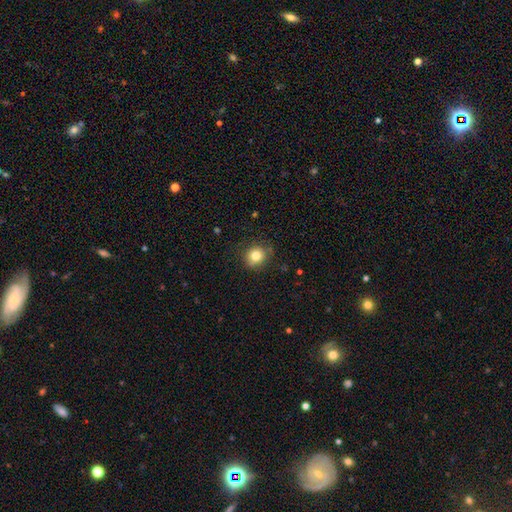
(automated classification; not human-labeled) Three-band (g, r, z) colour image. It shows a smooth galaxy with no disk features (81%) that is round (85%). Merging: none (82%).